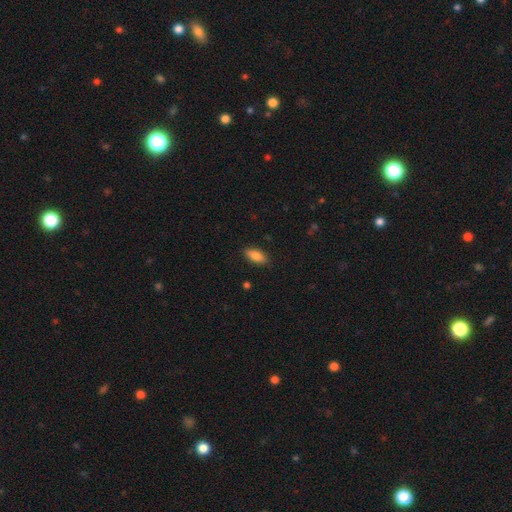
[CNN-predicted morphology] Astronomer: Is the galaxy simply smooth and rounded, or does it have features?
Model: smooth — 84%.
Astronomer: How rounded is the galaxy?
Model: in between — 86%.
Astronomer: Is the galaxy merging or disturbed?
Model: none — 88%.